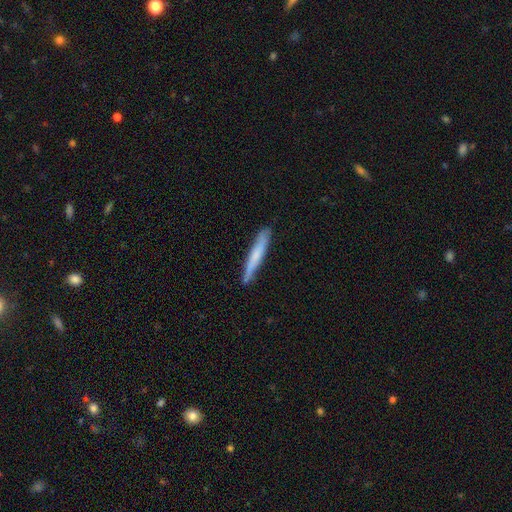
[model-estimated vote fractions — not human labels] Smooth or featured? smooth (57%)
How rounded? cigar-shaped (95%)
Merging? none (83%)